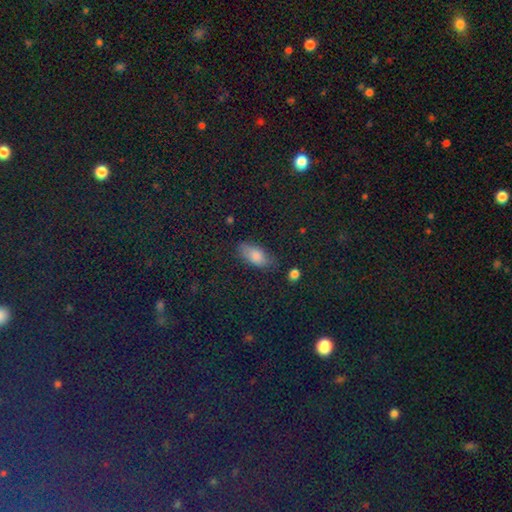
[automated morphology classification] Smooth or featured: smooth — 76% (star or artifact — 14%)
How rounded: in between — 86% (cigar-shaped — 10%)
Merging: none — 77% (minor disturbance — 16%)